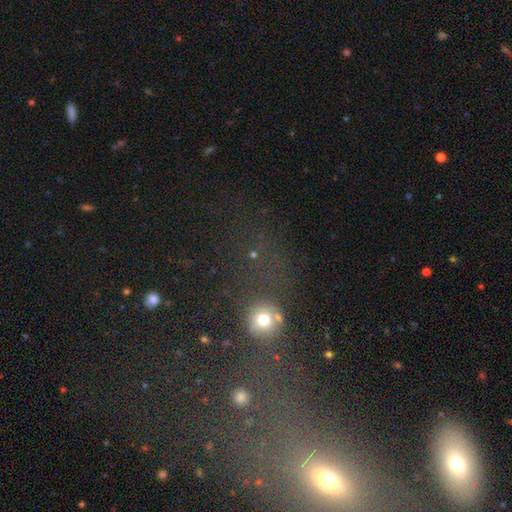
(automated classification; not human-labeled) Morphology: type=smooth (48%); merging=none (56%).